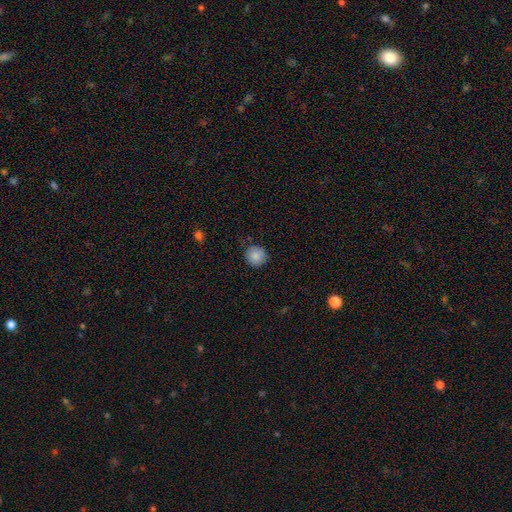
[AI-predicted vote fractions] This appears to be a smooth galaxy with no disk features (87%) that is round (93%). Merging: none (85%).